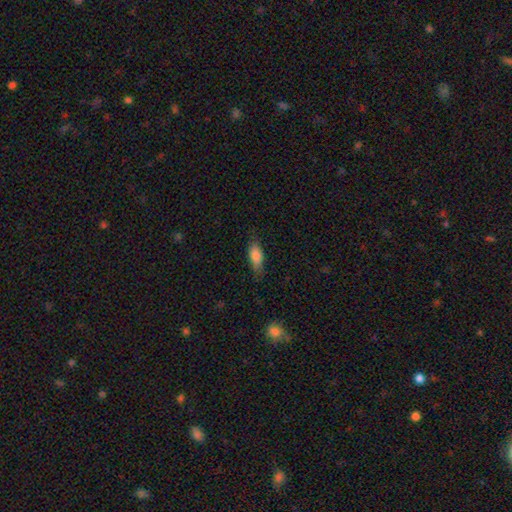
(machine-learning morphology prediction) Smooth or featured?
  - smooth: 82% *
  - featured or disk: 11%
  - star or artifact: 7%
How rounded?
  - in between: 76% *
  - cigar-shaped: 22%
  - round: 3%
Merging?
  - none: 77% *
  - minor disturbance: 18%
  - major disturbance: 4%
  - merger: 1%